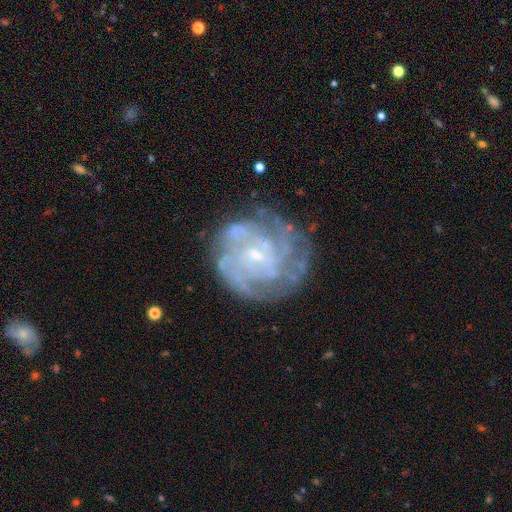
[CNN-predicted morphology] Overall: featured or disk (82%). Edge-on disk: no (98%). Bar: no (54%; weak 38%). Spiral arms: yes (87%). Spiral arm count: can't tell (43%; 4 17%). Spiral winding: tight (63%; medium 28%). Bulge size: small (74%). Merging: none (70%).